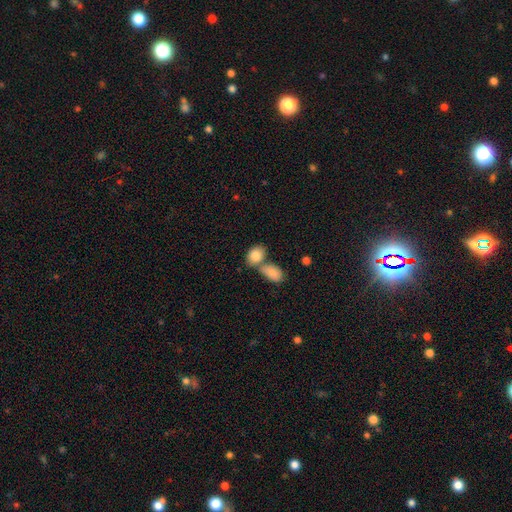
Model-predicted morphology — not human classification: A smooth galaxy with no disk features (84%) that is in between round and cigar-shaped (78%).

Vote fractions:
- Smooth or featured? smooth: 84% / featured or disk: 9% / star or artifact: 7%
- How rounded? in between: 78% / round: 20% / cigar-shaped: 2%
- Merging? merger: 51% / none: 36% / minor disturbance: 10% / major disturbance: 4%